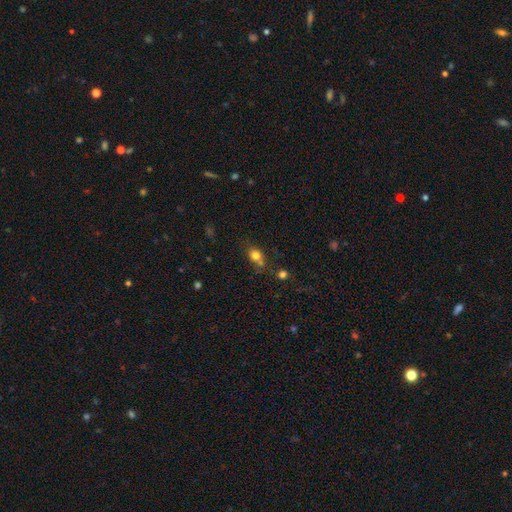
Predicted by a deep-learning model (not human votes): Smooth or featured? Predicted: smooth (p=0.77). How rounded? Predicted: round (p=0.57). Merging? Predicted: none (p=0.53).